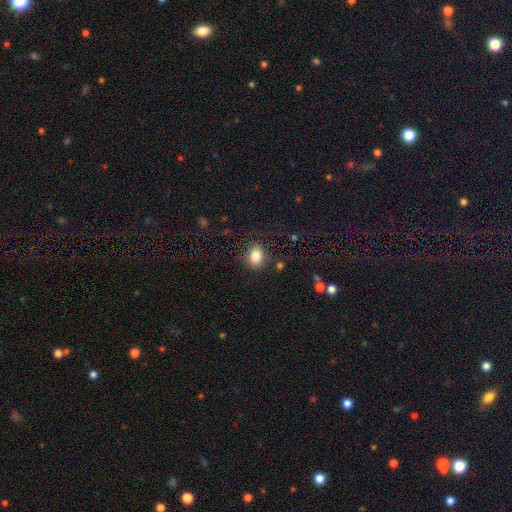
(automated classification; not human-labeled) smooth-or-featured: smooth: 83% | star or artifact: 10% | featured or disk: 7%
  how-rounded: in between: 51% | round: 48% | cigar-shaped: 1%
  merging: none: 81% | minor disturbance: 12% | major disturbance: 4% | merger: 2%